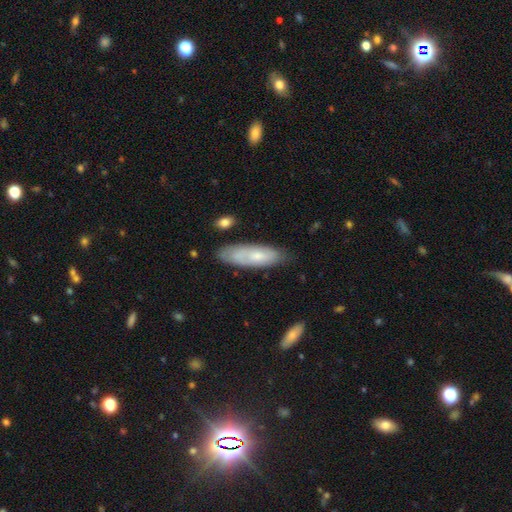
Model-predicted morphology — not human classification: Q: Smooth or featured?
A: smooth (59%); runner-up: featured or disk (34%)
Q: How rounded?
A: in between (54%); runner-up: cigar-shaped (45%)
Q: Merging?
A: none (74%); runner-up: minor disturbance (19%)